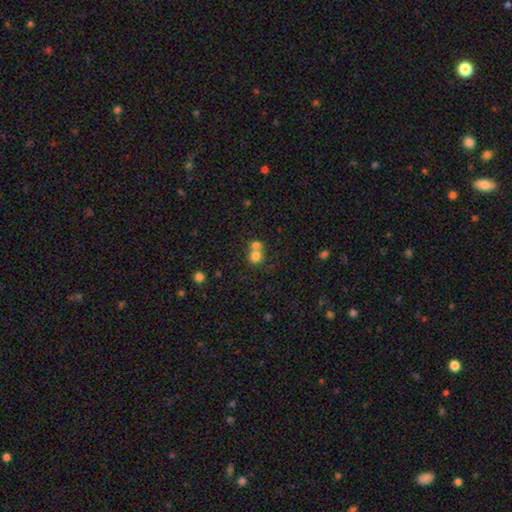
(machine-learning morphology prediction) Smooth or featured? Predicted: smooth (p=0.77). How rounded? Predicted: round (p=0.83). Merging? Predicted: merger (p=0.56).